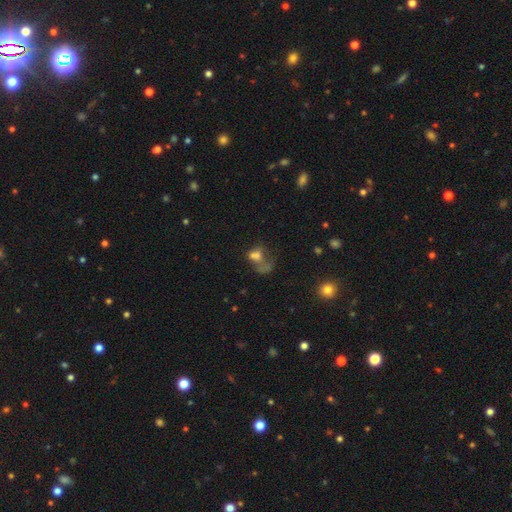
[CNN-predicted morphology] Smooth or featured?
  - smooth: 56% *
  - featured or disk: 27%
  - star or artifact: 17%
How rounded?
  - in between: 66% *
  - round: 32%
  - cigar-shaped: 2%
Merging?
  - major disturbance: 36% *
  - merger: 32%
  - none: 20%
  - minor disturbance: 12%